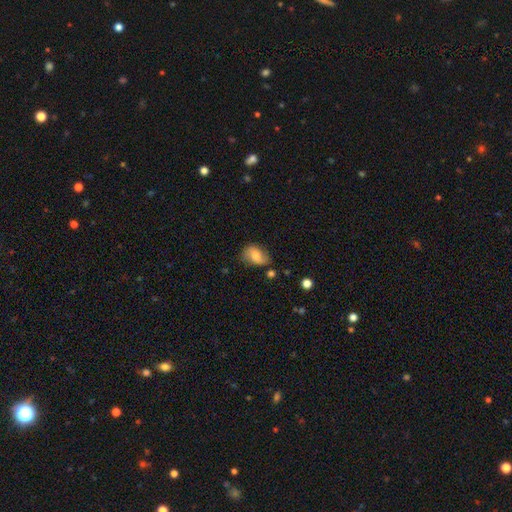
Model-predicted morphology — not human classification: smooth 53%, featured or disk 38%, star or artifact 9%. Down the decision tree: how rounded — in between (80%); merging — none (65%).